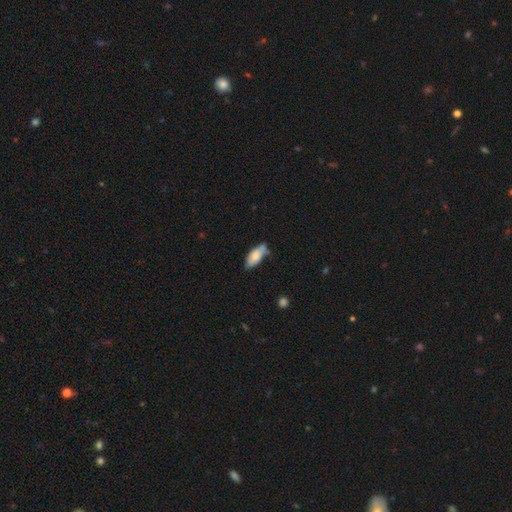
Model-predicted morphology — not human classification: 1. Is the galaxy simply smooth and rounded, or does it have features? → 73% smooth, 20% featured or disk, 6% star or artifact.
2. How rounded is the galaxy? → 82% in between, 15% cigar-shaped, 2% round.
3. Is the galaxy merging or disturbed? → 54% none, 30% minor disturbance, 10% merger, 6% major disturbance.